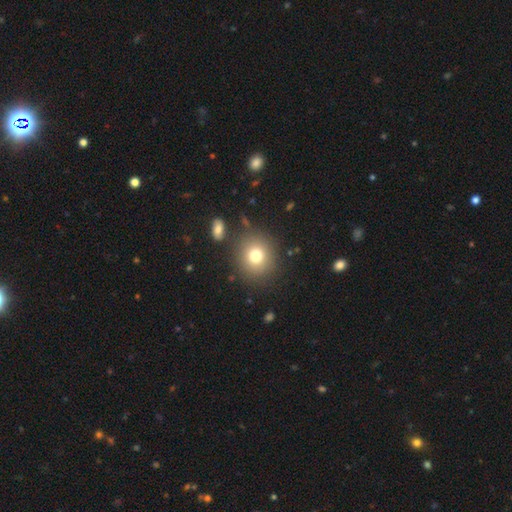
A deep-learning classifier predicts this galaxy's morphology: This appears to be a smooth galaxy with no disk features (76%) that is round (86%). Merging: none (85%).